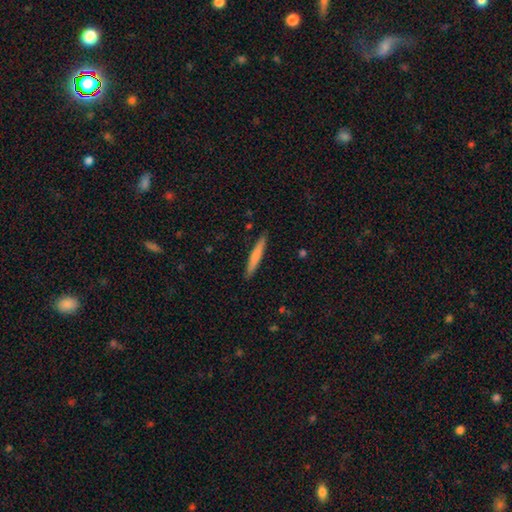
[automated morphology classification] smooth_or_featured: smooth (p=0.72) [alt: featured or disk p=0.22]
how_rounded: cigar-shaped (p=0.95) [alt: in between p=0.04]
merging: none (p=0.89) [alt: minor disturbance p=0.08]